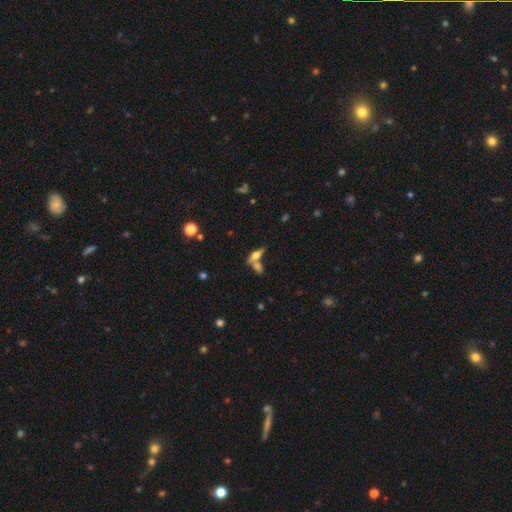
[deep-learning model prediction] Smooth or featured? Predicted: smooth (p=0.46). Merging? Predicted: none (p=0.44).